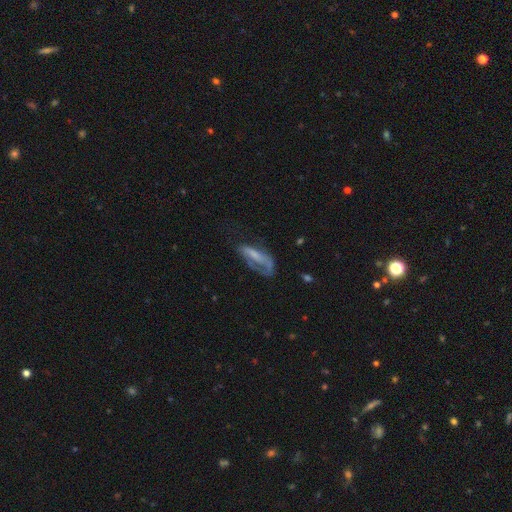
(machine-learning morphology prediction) Overall: featured or disk (50%; smooth 41%). Merging: major disturbance (41%; none 33%).